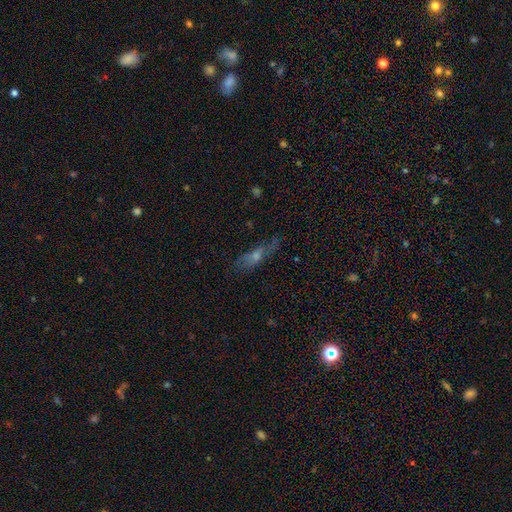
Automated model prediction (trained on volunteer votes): smooth_or_featured: featured or disk (p=0.46) [alt: smooth p=0.36]
merging: none (p=0.69) [alt: minor disturbance p=0.20]